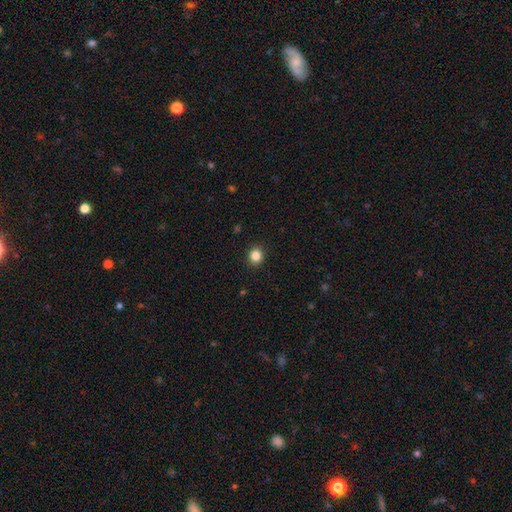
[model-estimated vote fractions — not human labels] Smooth or featured?
  - smooth: 85% *
  - star or artifact: 11%
  - featured or disk: 4%
How rounded?
  - round: 83% *
  - in between: 16%
  - cigar-shaped: 1%
Merging?
  - none: 91% *
  - minor disturbance: 6%
  - major disturbance: 2%
  - merger: 1%